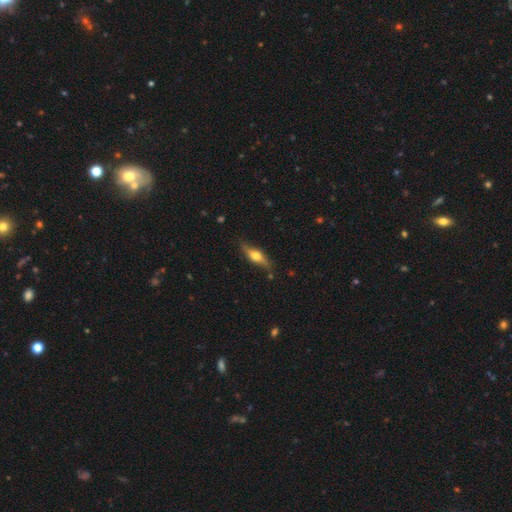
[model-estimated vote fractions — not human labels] Q: Smooth or featured?
A: featured or disk (54%); runner-up: smooth (39%)
Q: Edge-on disk?
A: yes (83%); runner-up: no (17%)
Q: Merging?
A: none (78%); runner-up: minor disturbance (17%)